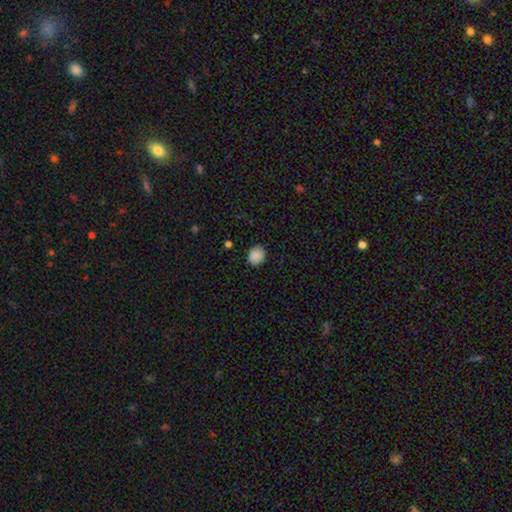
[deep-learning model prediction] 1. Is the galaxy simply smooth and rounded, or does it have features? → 88% smooth, 9% star or artifact, 3% featured or disk.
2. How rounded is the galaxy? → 68% round, 31% in between, 1% cigar-shaped.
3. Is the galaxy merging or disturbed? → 87% none, 10% minor disturbance, 2% major disturbance, 1% merger.